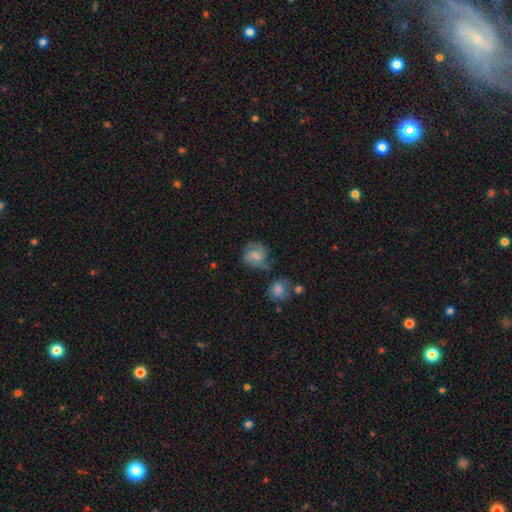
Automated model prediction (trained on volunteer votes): A smooth galaxy with no disk features (56%) that is round (76%).

Vote fractions:
- Smooth or featured? smooth: 56% / featured or disk: 36% / star or artifact: 8%
- How rounded? round: 76% / in between: 23% / cigar-shaped: 1%
- Merging? none: 55% / minor disturbance: 25% / major disturbance: 12% / merger: 8%